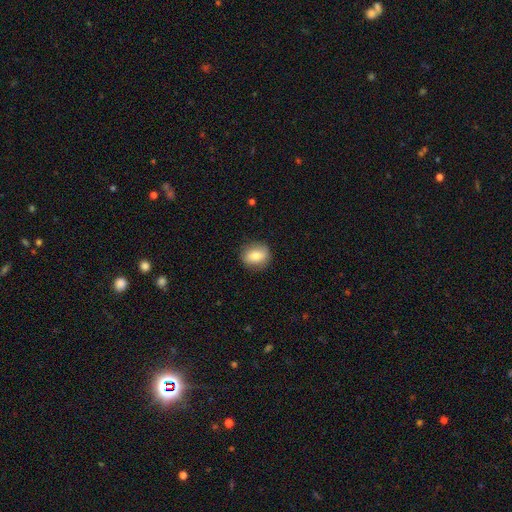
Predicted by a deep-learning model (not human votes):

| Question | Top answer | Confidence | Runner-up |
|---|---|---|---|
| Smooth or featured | smooth | 76% | featured or disk (16%) |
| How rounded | round | 66% | in between (33%) |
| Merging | none | 86% | minor disturbance (11%) |